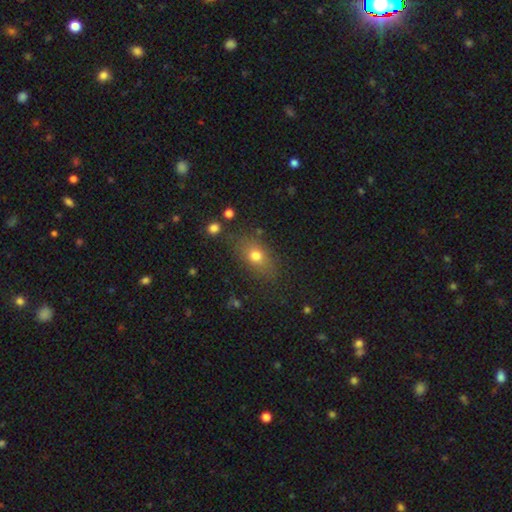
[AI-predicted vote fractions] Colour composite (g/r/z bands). It shows a smooth galaxy with no disk features (73%) that is in between round and cigar-shaped (71%). Merging: none (77%).